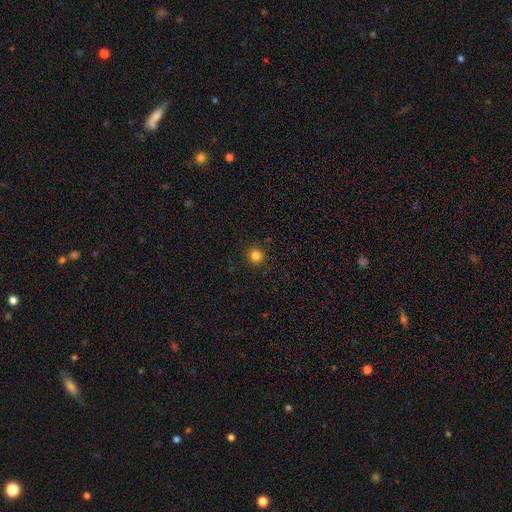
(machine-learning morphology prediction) Smooth or featured?
  - smooth: 83% *
  - star or artifact: 13%
  - featured or disk: 4%
How rounded?
  - round: 95% *
  - in between: 4%
  - cigar-shaped: 1%
Merging?
  - none: 91% *
  - minor disturbance: 6%
  - major disturbance: 2%
  - merger: 1%